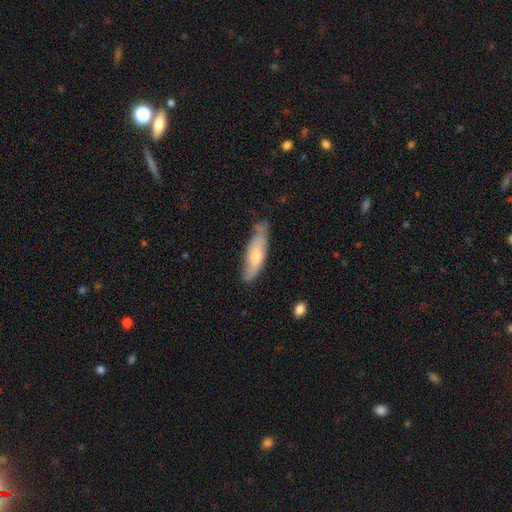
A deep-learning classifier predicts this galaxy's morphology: smooth 53%, featured or disk 41%, star or artifact 6%. Down the decision tree: how rounded — cigar-shaped (57%); merging — none (66%).